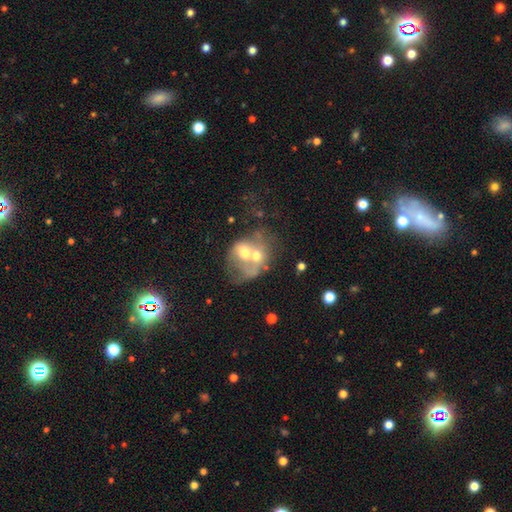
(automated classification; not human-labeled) The model was most divided on "smooth or featured": smooth: 45%, featured or disk: 44%, star or artifact: 11%. More confident: merging — merger (71%).